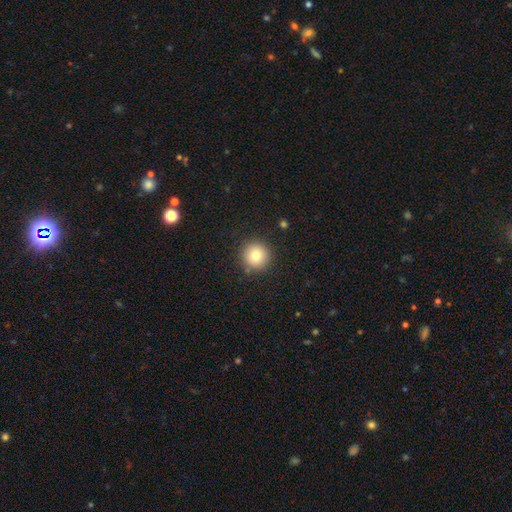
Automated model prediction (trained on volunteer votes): A smooth galaxy with no disk features (80%) that is round (95%).

Vote fractions:
- Smooth or featured? smooth: 80% / star or artifact: 11% / featured or disk: 9%
- How rounded? round: 95% / in between: 4% / cigar-shaped: 1%
- Merging? none: 89% / minor disturbance: 8% / major disturbance: 2% / merger: 1%